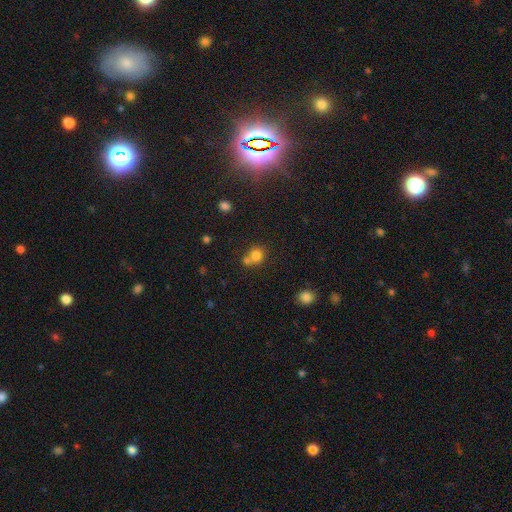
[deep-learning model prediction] Morphology: type=smooth (78%); roundness=round (82%); merging=none (48%).